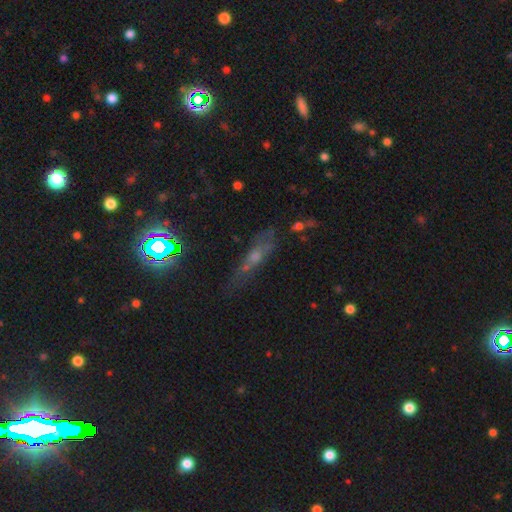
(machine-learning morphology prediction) The model was most divided on "smooth or featured": featured or disk: 41%, smooth: 33%, star or artifact: 26%. More confident: merging — none (60%).